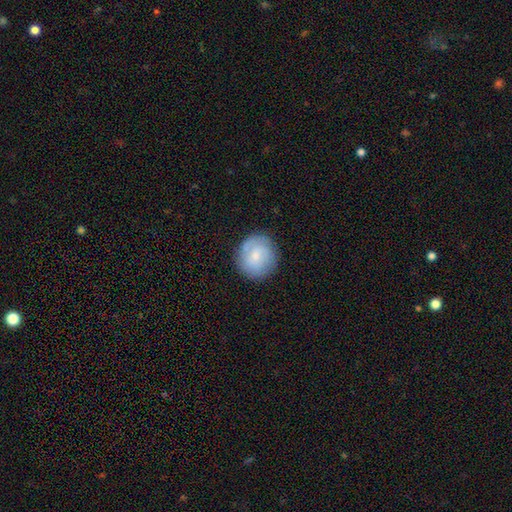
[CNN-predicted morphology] smooth-or-featured: smooth: 53% | featured or disk: 40% | star or artifact: 7%
  how-rounded: round: 88% | in between: 11% | cigar-shaped: 1%
  merging: none: 84% | minor disturbance: 12% | major disturbance: 3% | merger: 1%